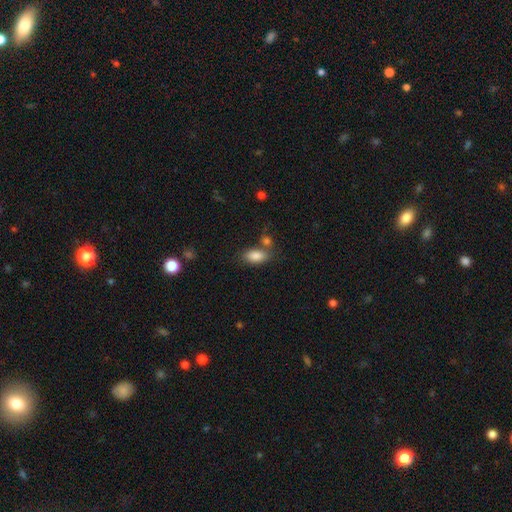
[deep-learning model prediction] This appears to be a smooth galaxy with no disk features (86%) that is in between round and cigar-shaped (90%). Merging: none (65%).